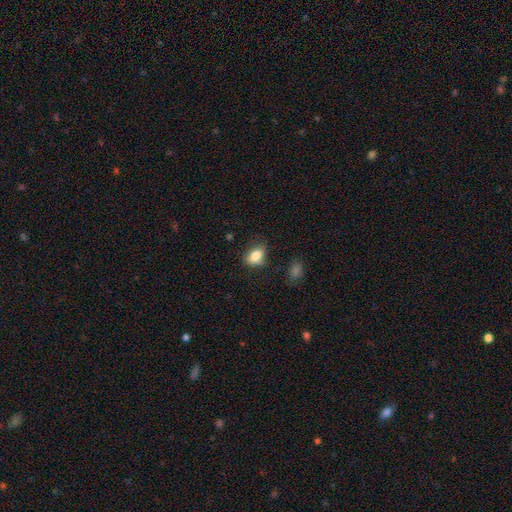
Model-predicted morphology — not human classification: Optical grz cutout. It shows a smooth galaxy with no disk features (82%) that is in between round and cigar-shaped (81%). Merging: none (69%).